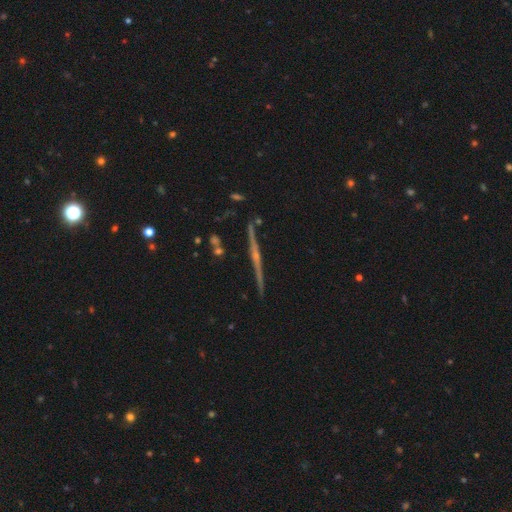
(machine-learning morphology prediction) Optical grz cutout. It shows a featured or disk galaxy (83%) viewed edge-on (98%) with a rounded central bulge (73%). Merging: none (89%).